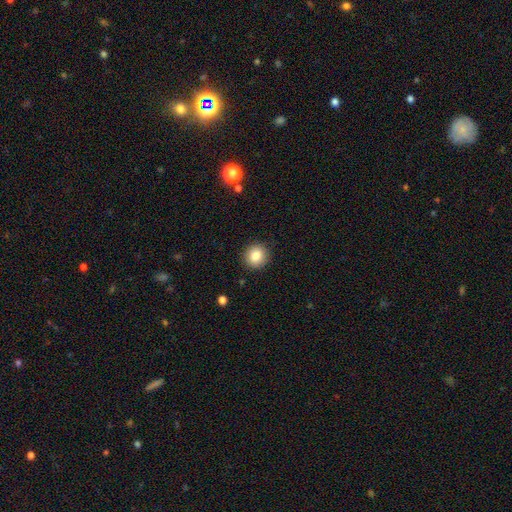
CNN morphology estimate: Overall: smooth (84%). How rounded: round (89%). Merging: none (91%).